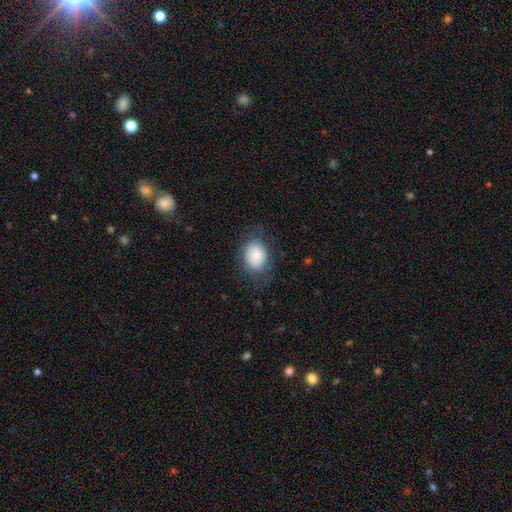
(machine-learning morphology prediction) Overall: smooth (82%). How rounded: in between (65%; round 34%). Merging: none (72%).